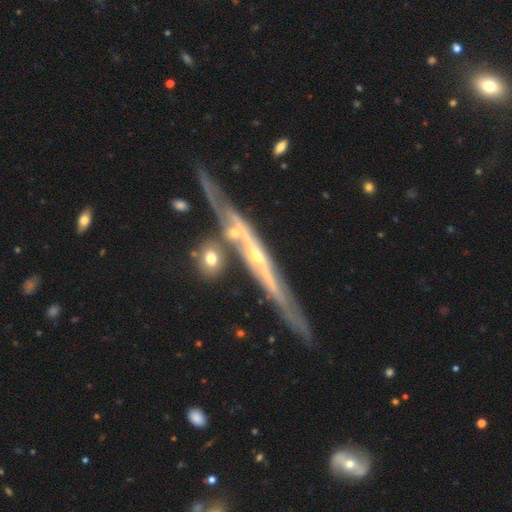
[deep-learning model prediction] A featured or disk galaxy (86%) viewed edge-on (90%) with a rounded central bulge (61%). Merging: none (63%).